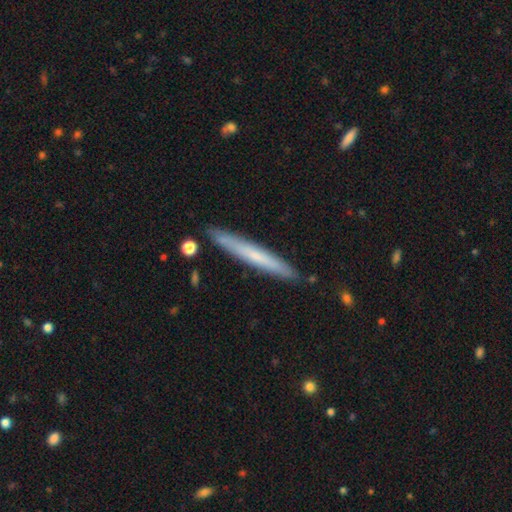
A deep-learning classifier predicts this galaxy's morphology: The model was most divided on "smooth or featured": smooth: 55%, featured or disk: 39%, star or artifact: 6%. More confident: how rounded — cigar-shaped (96%); merging — none (89%).